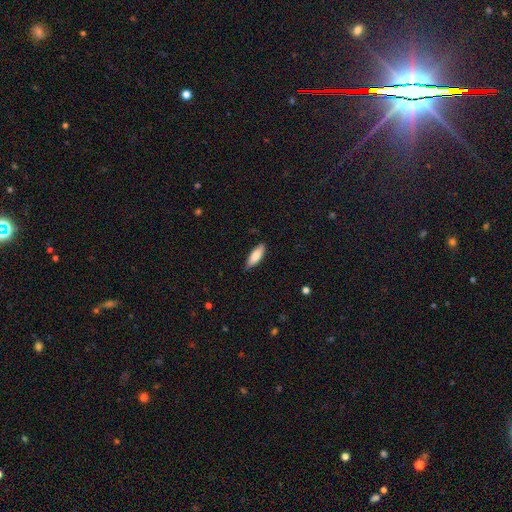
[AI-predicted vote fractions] The model was most divided on "how rounded": in between: 59%, cigar-shaped: 39%, round: 2%. More confident: smooth or featured — smooth (82%); merging — none (80%).